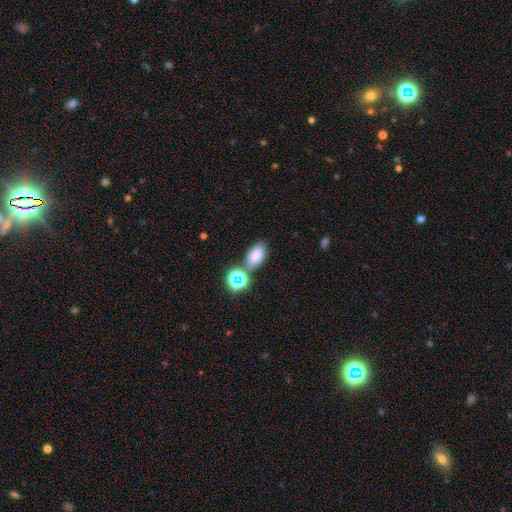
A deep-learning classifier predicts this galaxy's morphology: smooth 78%, star or artifact 15%, featured or disk 7%. Down the decision tree: how rounded — in between (86%); merging — none (69%).